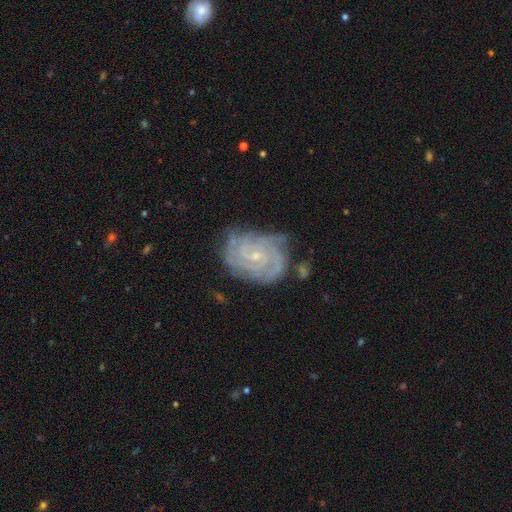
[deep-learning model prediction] Smooth or featured? Predicted: featured or disk (p=0.83). Edge-on disk? Predicted: no (p=0.97). Bar? Predicted: no (p=0.64). Spiral arms? Predicted: yes (p=0.96). Spiral winding? Predicted: tight (p=0.73). Spiral arm count? Predicted: can't tell (p=0.27). Bulge size? Predicted: small (p=0.76). Merging? Predicted: none (p=0.67).